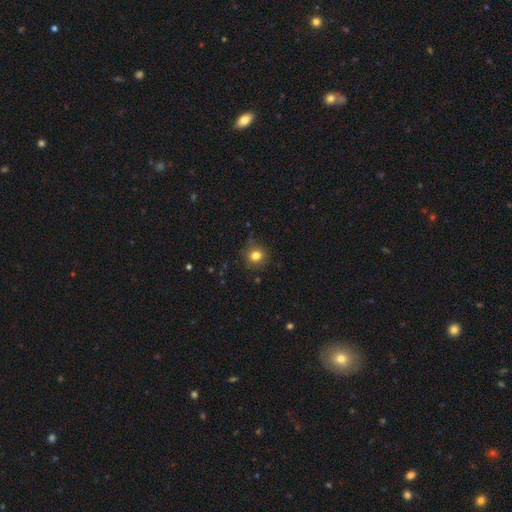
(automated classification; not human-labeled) This is clearly a smooth galaxy (81%). How rounded: clearly round (83%). Merging: clearly none (86%).